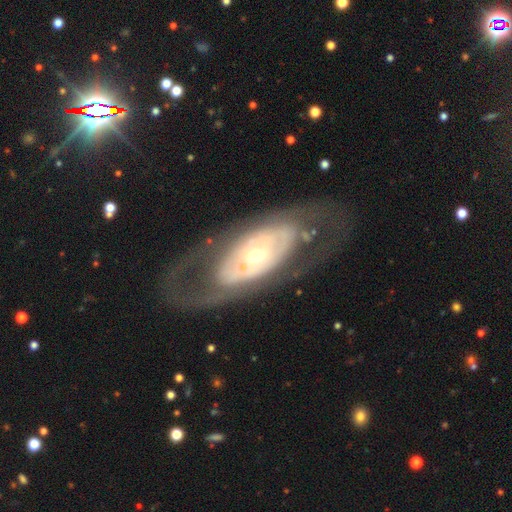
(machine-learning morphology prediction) This is likely a featured or disk galaxy (74%). It is clearly not viewed edge-on (88%). Bar: clearly no (82%). Spiral arm pattern: likely no (61%). Central bulge: possibly small (57%). Merging: likely none (66%).